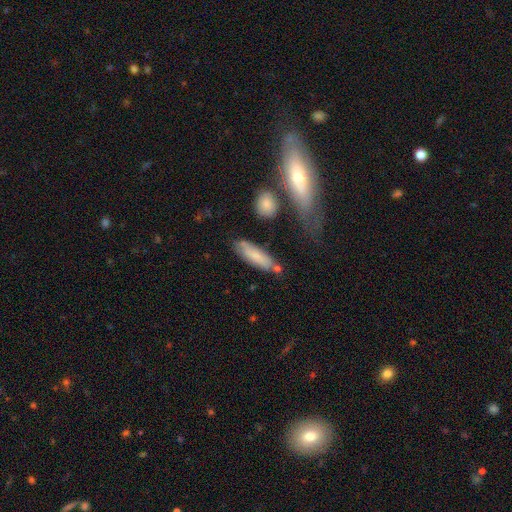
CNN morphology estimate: Smooth or featured: smooth — 73% (featured or disk — 21%)
How rounded: cigar-shaped — 53% (in between — 45%)
Merging: none — 66% (minor disturbance — 19%)